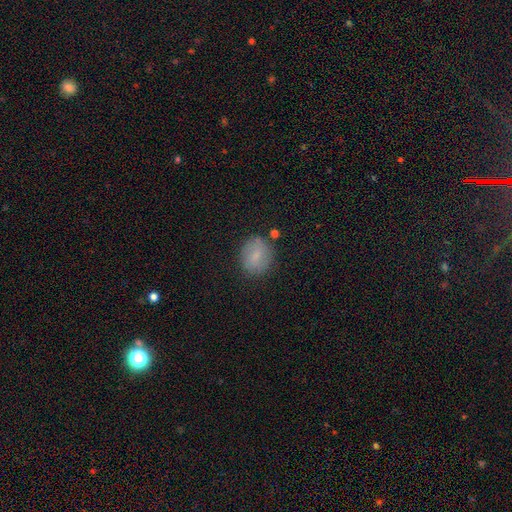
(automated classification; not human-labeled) Smooth or featured? smooth (75%)
How rounded? round (65%)
Merging? none (79%)